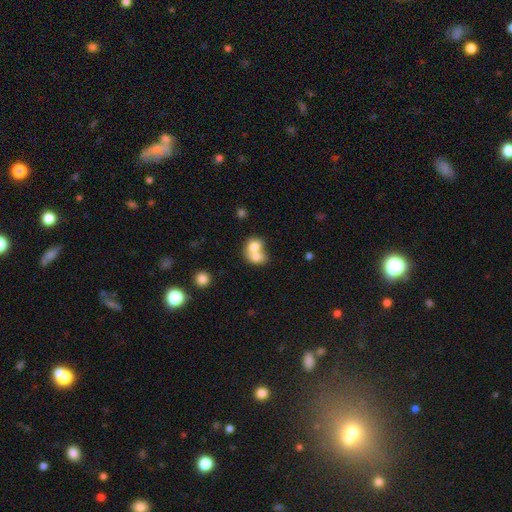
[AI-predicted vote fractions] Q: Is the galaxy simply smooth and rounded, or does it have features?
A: smooth — 72%.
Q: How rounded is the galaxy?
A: round — 50%.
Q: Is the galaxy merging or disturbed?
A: merger — 75%.